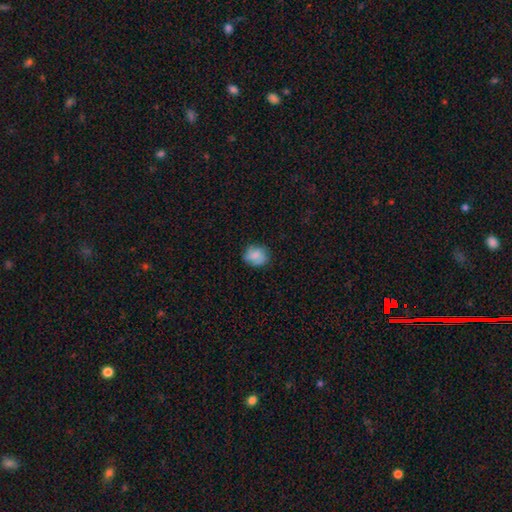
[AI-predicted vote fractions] Smooth or featured? Predicted: smooth (p=0.80). How rounded? Predicted: round (p=0.66). Merging? Predicted: none (p=0.75).